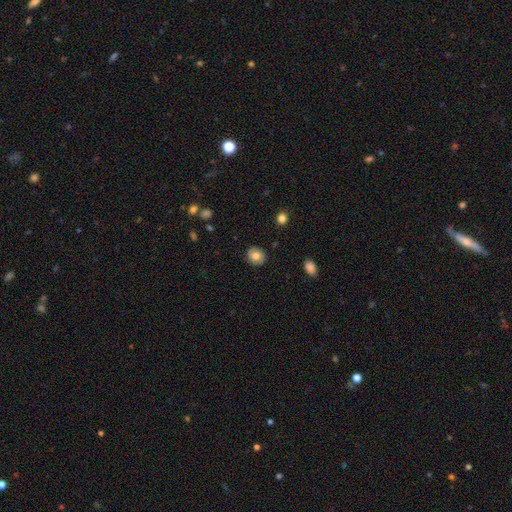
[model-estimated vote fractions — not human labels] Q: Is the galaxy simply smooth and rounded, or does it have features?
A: smooth — 70%.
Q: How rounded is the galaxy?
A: round — 79%.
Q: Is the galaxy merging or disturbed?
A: none — 87%.